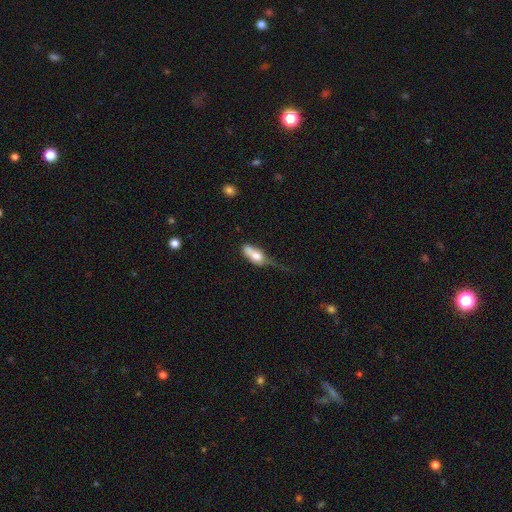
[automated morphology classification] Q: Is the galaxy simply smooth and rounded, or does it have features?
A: smooth — 67%.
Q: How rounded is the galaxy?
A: in between — 76%.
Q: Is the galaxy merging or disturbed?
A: major disturbance — 35%.